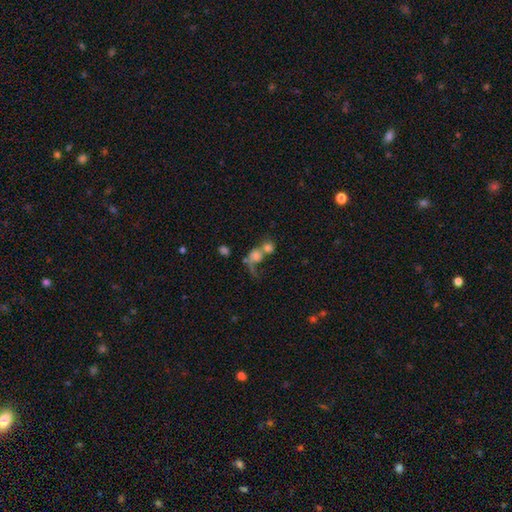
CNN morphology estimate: Smooth or featured? Predicted: smooth (p=0.55). How rounded? Predicted: round (p=0.58). Merging? Predicted: merger (p=0.60).